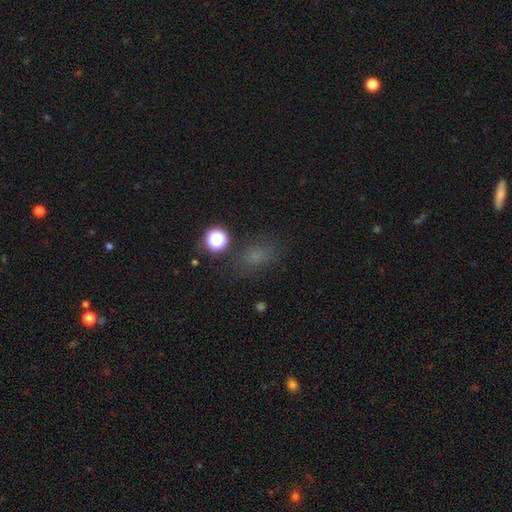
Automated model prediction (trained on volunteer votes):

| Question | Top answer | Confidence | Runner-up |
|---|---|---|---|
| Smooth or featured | smooth | 63% | star or artifact (29%) |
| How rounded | in between | 61% | round (37%) |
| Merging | none | 73% | minor disturbance (15%) |